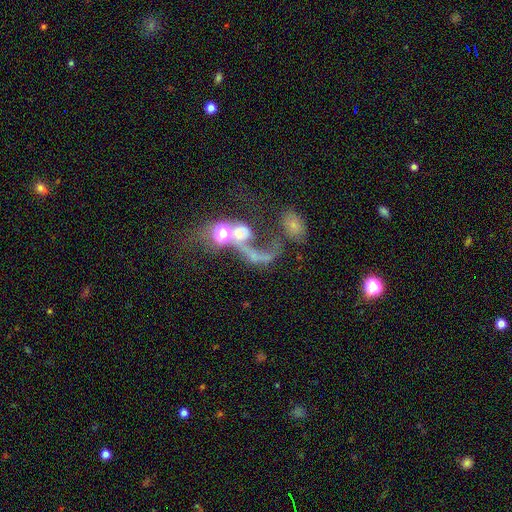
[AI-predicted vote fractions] Morphology: type=featured or disk (46%); merging=merger (49%).